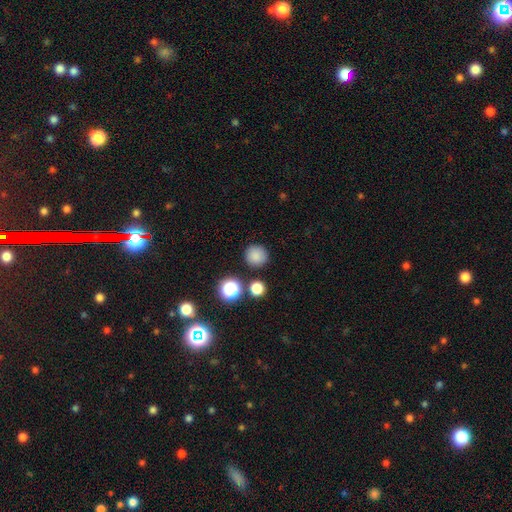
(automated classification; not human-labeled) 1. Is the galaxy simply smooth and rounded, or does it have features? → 82% smooth, 13% star or artifact, 5% featured or disk.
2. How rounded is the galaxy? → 94% round, 5% in between, 1% cigar-shaped.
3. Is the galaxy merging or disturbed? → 86% none, 7% minor disturbance, 4% merger, 3% major disturbance.